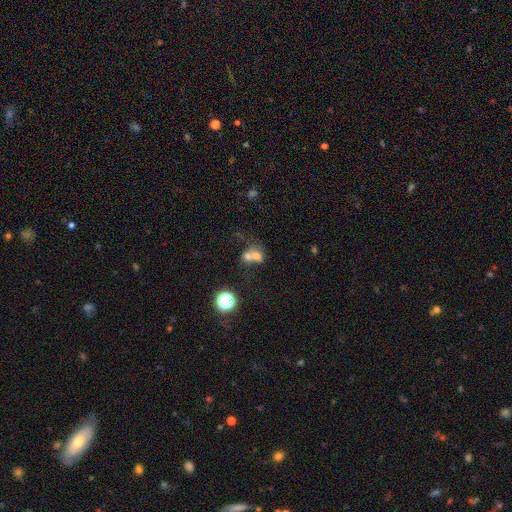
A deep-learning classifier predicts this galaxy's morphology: The model was most divided on "how rounded": round: 59%, in between: 40%, cigar-shaped: 1%. More confident: merging — merger (68%); smooth or featured — smooth (62%).